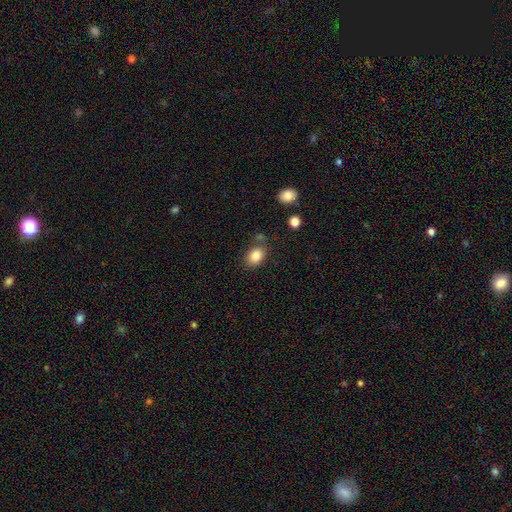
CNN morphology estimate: type=smooth (84%); roundness=in between (71%); merging=none (73%).